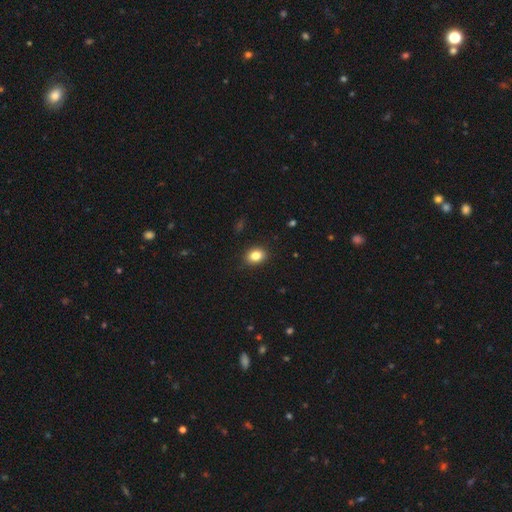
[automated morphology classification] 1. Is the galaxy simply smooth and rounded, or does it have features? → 84% smooth, 10% star or artifact, 6% featured or disk.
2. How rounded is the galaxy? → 58% in between, 41% round, 1% cigar-shaped.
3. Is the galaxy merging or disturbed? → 89% none, 8% minor disturbance, 2% major disturbance, 1% merger.